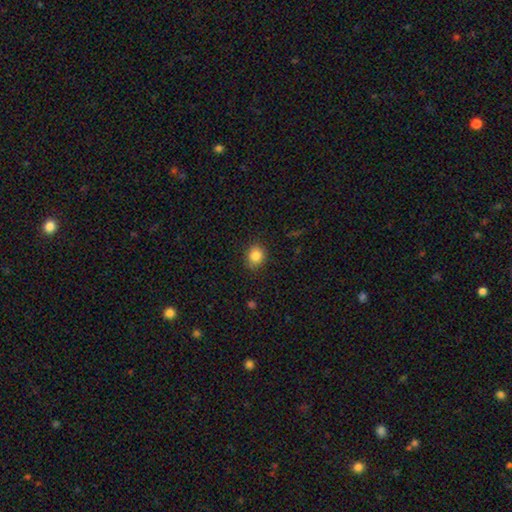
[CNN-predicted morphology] A smooth galaxy with no disk features (85%) that is round (73%). Merging: none (86%).